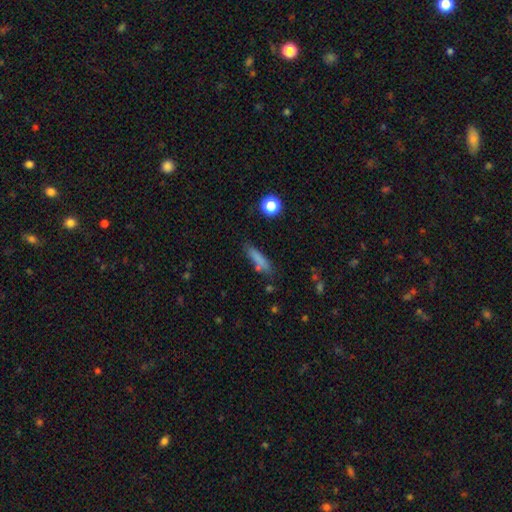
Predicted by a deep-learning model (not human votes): smooth 75%, star or artifact 12%, featured or disk 12%. Down the decision tree: how rounded — cigar-shaped (76%); merging — none (76%).